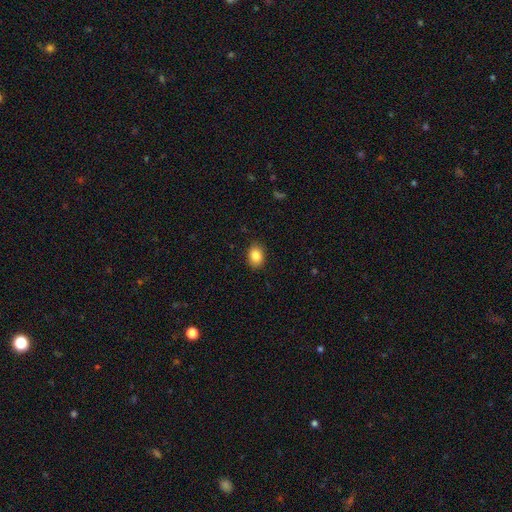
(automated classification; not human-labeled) smooth_or_featured: smooth (p=0.86) [alt: star or artifact p=0.08]
how_rounded: in between (p=0.72) [alt: round p=0.27]
merging: none (p=0.89) [alt: minor disturbance p=0.08]